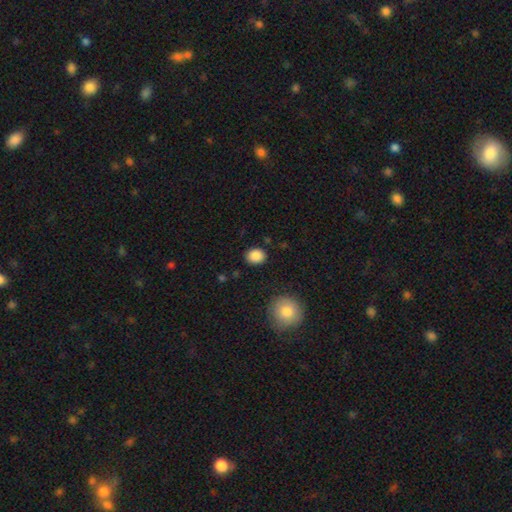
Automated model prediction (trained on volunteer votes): Smooth or featured? smooth (87%)
How rounded? round (58%)
Merging? none (87%)